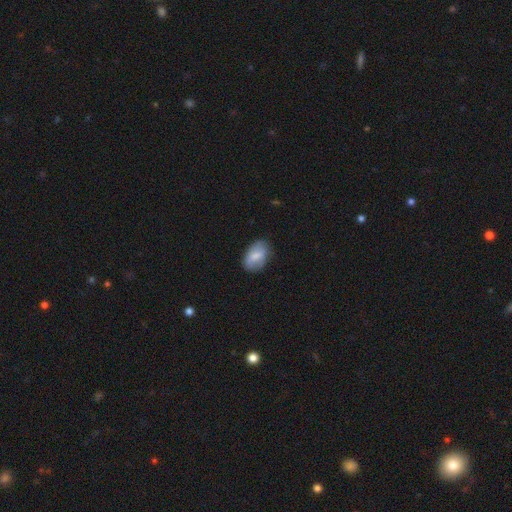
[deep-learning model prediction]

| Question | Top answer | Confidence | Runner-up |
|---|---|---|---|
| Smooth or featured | smooth | 72% | featured or disk (21%) |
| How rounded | in between | 88% | round (10%) |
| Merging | none | 76% | minor disturbance (19%) |